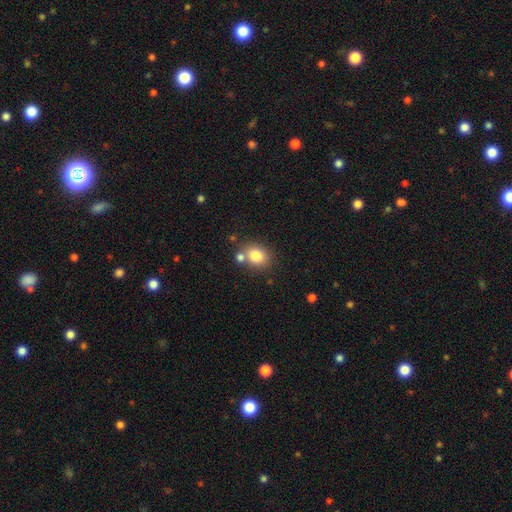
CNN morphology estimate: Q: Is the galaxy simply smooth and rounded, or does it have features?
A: smooth — 81%.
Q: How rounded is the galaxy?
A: round — 55%.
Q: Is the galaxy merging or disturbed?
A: none — 65%.